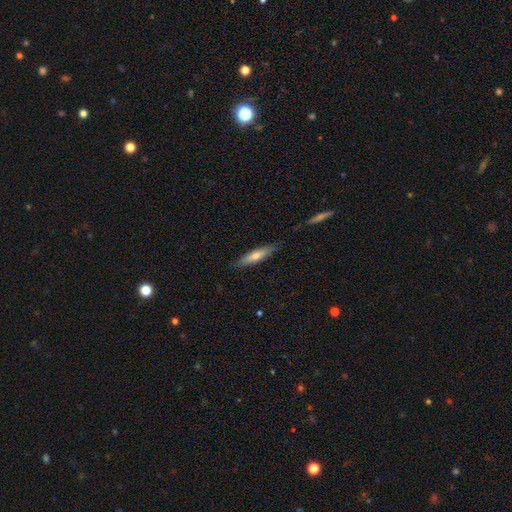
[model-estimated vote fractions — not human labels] Smooth or featured?
  - smooth: 57% *
  - featured or disk: 37%
  - star or artifact: 6%
How rounded?
  - cigar-shaped: 82% *
  - in between: 17%
  - round: 2%
Merging?
  - none: 84% *
  - minor disturbance: 12%
  - major disturbance: 2%
  - merger: 1%